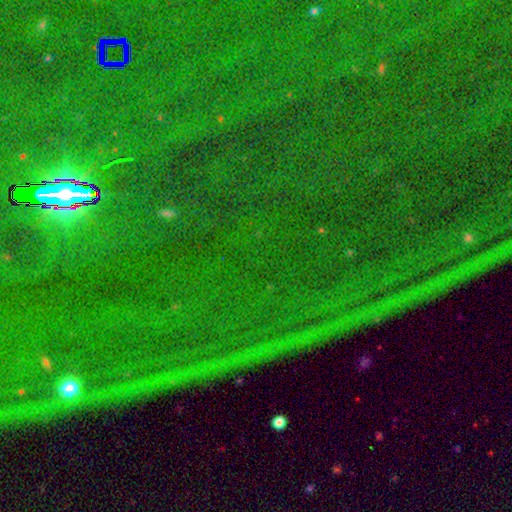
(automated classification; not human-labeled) This is clearly a star or artifact rather than a galaxy (85%).